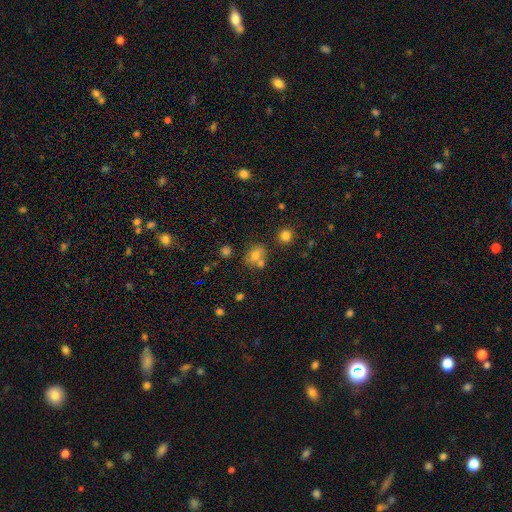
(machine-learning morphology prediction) smooth 68%, star or artifact 18%, featured or disk 14%. Down the decision tree: how rounded — round (59%); merging — none (57%).